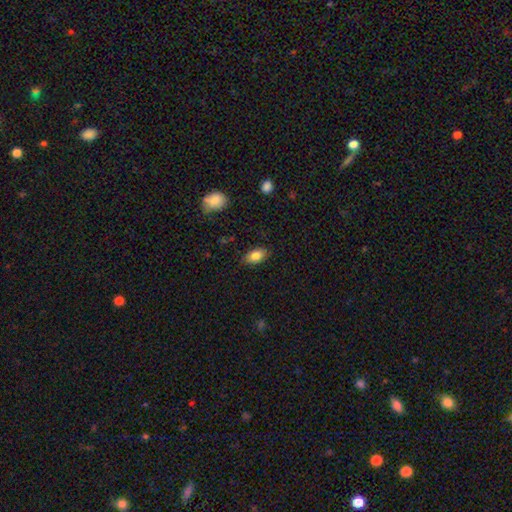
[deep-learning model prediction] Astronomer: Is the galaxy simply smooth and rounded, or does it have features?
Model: smooth — 83%.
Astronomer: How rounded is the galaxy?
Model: in between — 90%.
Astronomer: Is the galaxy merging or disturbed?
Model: none — 85%.